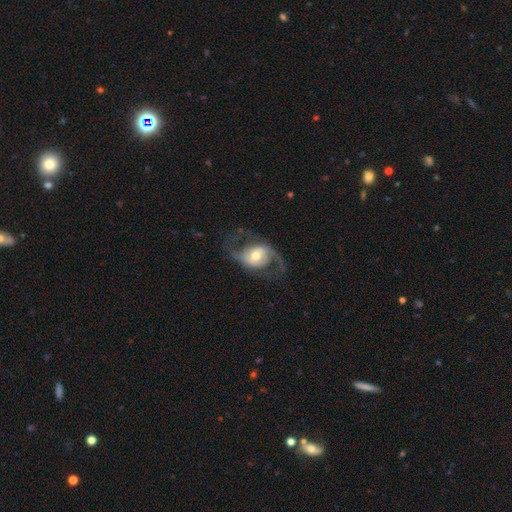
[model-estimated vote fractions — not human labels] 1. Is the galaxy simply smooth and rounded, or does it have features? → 81% featured or disk, 14% smooth, 5% star or artifact.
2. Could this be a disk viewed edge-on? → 96% no, 4% yes.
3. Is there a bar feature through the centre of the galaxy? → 47% no, 35% weak, 18% strong.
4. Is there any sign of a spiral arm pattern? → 88% yes, 12% no.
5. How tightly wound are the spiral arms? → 50% loose, 41% medium, 9% tight.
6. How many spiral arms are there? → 88% 2, 5% 1, 4% can't tell, 1% 3, 1% 4, 1% more than 4.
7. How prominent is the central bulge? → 68% moderate, 18% small, 11% large, 2% dominant, 1% none.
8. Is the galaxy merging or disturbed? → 64% none, 20% major disturbance, 15% minor disturbance, 2% merger.